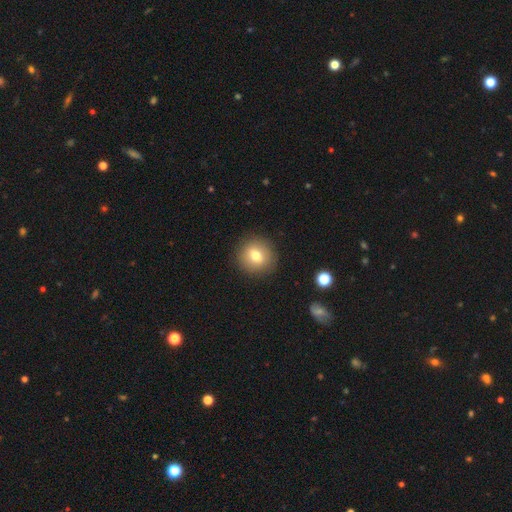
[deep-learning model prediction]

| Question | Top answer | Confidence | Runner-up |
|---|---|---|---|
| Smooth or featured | smooth | 76% | featured or disk (15%) |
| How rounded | round | 88% | in between (11%) |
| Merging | none | 90% | minor disturbance (7%) |